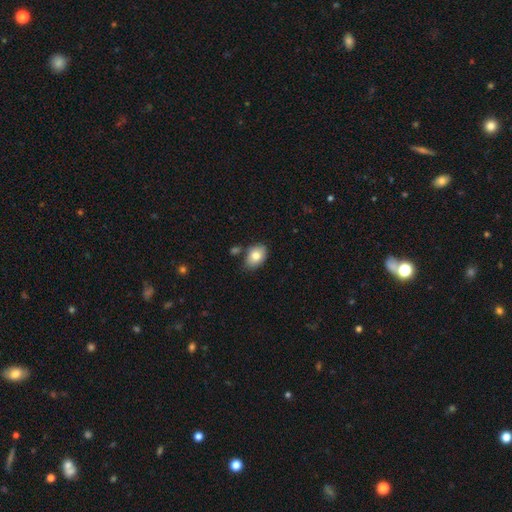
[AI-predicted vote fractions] The model was most divided on "merging": none: 70%, minor disturbance: 19%, merger: 8%, major disturbance: 4%. More confident: how rounded — in between (84%); smooth or featured — smooth (81%).